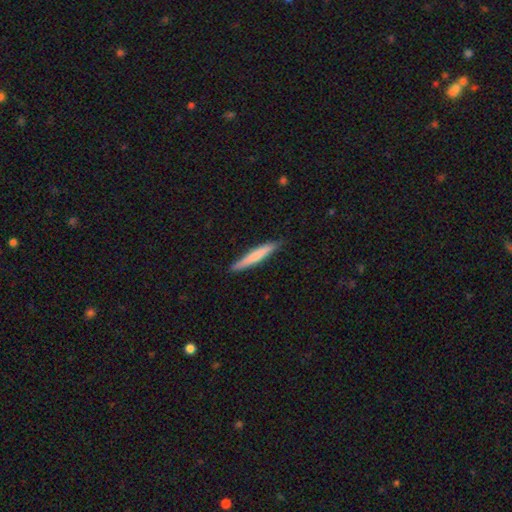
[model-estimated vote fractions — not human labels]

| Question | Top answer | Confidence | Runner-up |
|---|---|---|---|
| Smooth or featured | smooth | 68% | featured or disk (27%) |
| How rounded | cigar-shaped | 95% | in between (4%) |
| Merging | none | 89% | minor disturbance (9%) |